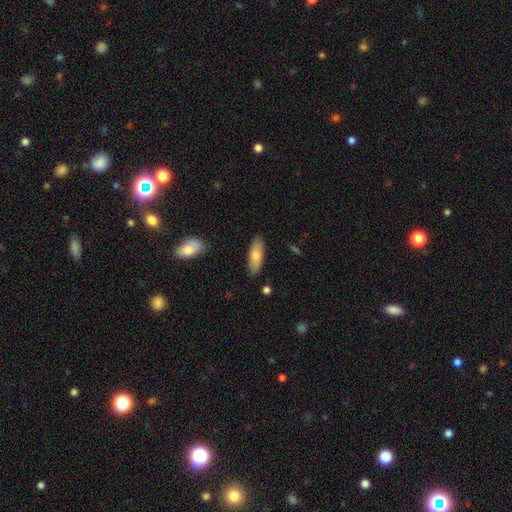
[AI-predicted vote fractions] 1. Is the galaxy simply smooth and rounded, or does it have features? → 80% smooth, 15% featured or disk, 6% star or artifact.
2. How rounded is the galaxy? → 66% in between, 32% cigar-shaped, 2% round.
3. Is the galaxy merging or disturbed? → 86% none, 10% minor disturbance, 2% major disturbance, 2% merger.